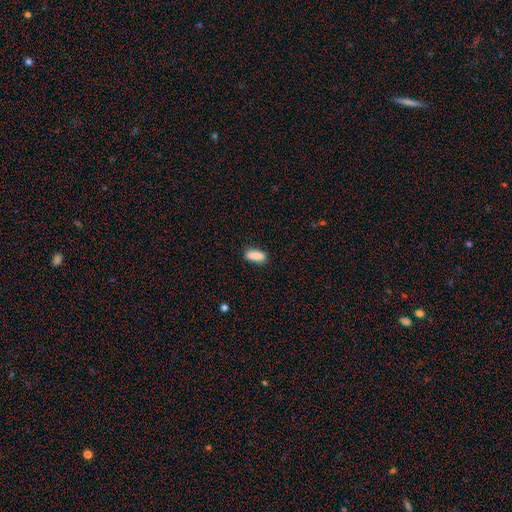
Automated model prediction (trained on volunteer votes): This is clearly a smooth galaxy (87%). How rounded: likely in between (61%). Merging: clearly none (84%).